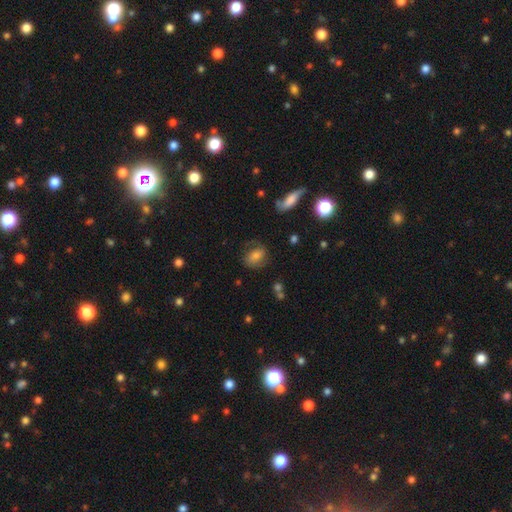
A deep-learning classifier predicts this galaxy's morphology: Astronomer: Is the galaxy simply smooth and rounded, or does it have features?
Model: smooth — 51% (runner-up: featured or disk, 38%).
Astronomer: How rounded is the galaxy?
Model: in between — 67%.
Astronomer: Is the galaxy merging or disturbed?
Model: none — 61%.